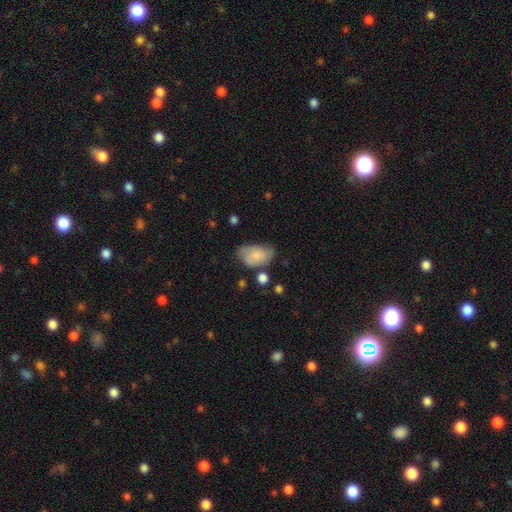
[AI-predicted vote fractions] smooth-or-featured: smooth: 78% | featured or disk: 15% | star or artifact: 7%
  how-rounded: in between: 89% | round: 9% | cigar-shaped: 1%
  merging: none: 49% | minor disturbance: 32% | major disturbance: 11% | merger: 7%